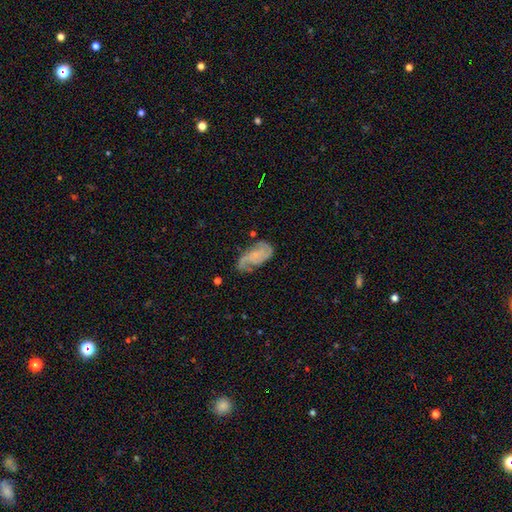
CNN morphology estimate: type=featured or disk (71%); edge-on=no (96%); bar=no (65%); spiral arms=yes (91%); winding=medium (42%); arm count=2 (65%); bulge=small (43%); merging=none (53%).